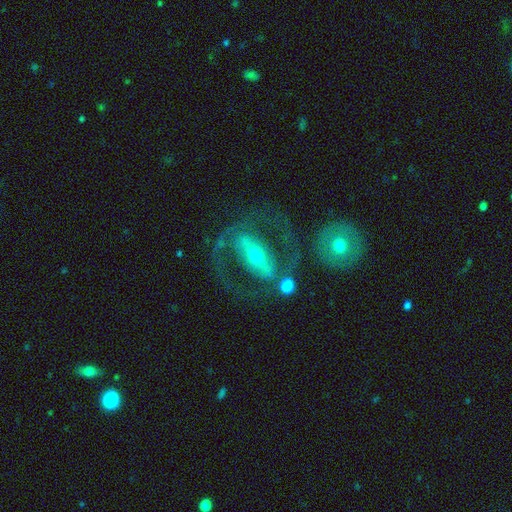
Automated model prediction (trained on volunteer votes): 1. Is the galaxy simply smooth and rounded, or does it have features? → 84% featured or disk, 11% smooth, 6% star or artifact.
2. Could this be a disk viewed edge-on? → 93% no, 7% yes.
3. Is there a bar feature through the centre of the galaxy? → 68% strong, 19% weak, 13% no.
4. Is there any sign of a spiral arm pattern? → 66% yes, 34% no.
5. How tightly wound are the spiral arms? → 52% medium, 28% tight, 20% loose.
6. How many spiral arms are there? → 85% 2, 8% can't tell, 3% 1, 1% 3, 1% 4, 1% more than 4.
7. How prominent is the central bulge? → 51% moderate, 44% small, 3% large, 1% none, 1% dominant.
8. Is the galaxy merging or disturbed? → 66% none, 15% major disturbance, 13% minor disturbance, 6% merger.